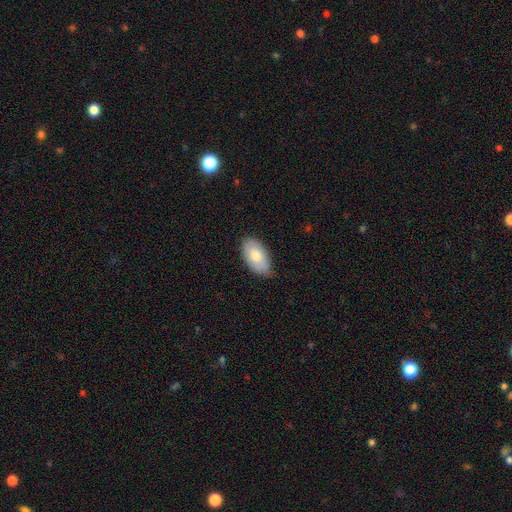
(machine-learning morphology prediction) smooth-or-featured: smooth: 74% | featured or disk: 19% | star or artifact: 7%
  how-rounded: in between: 95% | round: 4% | cigar-shaped: 2%
  merging: none: 81% | minor disturbance: 16% | major disturbance: 2% | merger: 1%